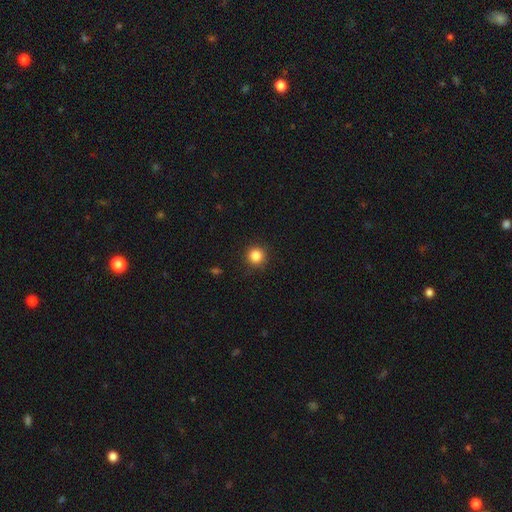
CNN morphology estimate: Overall: smooth (85%). How rounded: round (94%). Merging: none (89%).